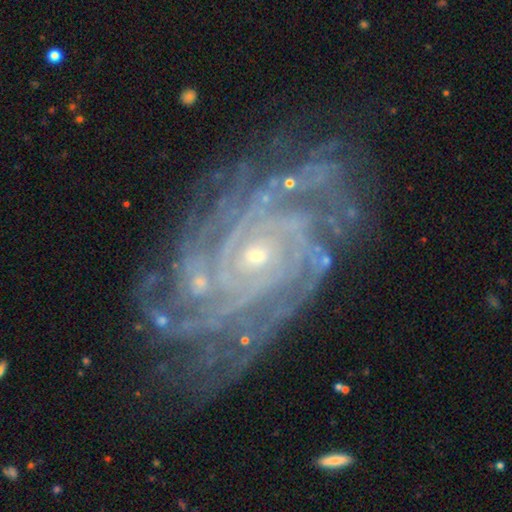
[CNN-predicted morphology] This appears to be a featured or disk galaxy (91%) with no bar (74%), more than 4 (32%) tight (79%) spiral arms (98%) and a small central bulge (80%). Merging: none (79%).